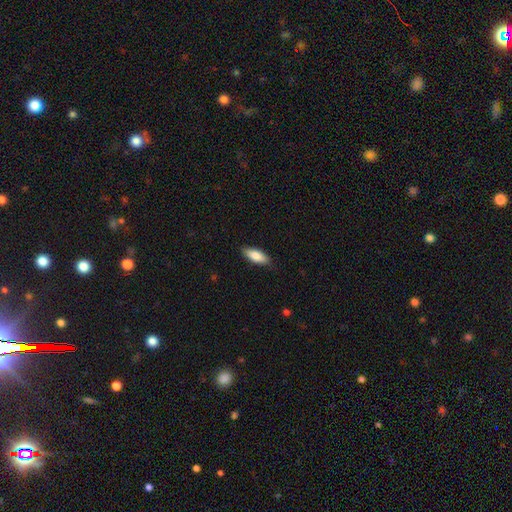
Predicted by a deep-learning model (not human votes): A smooth galaxy with no disk features (83%) that is in between round and cigar-shaped (74%). Merging: none (88%).